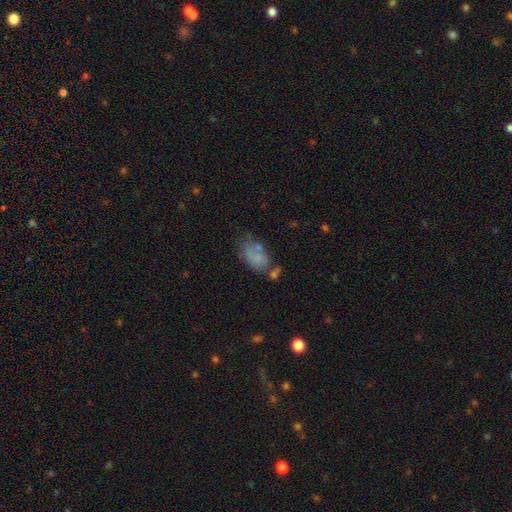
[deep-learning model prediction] Smooth or featured?
  - smooth: 68% *
  - featured or disk: 21%
  - star or artifact: 12%
How rounded?
  - in between: 89% *
  - round: 9%
  - cigar-shaped: 2%
Merging?
  - none: 41% *
  - minor disturbance: 23%
  - merger: 20%
  - major disturbance: 16%